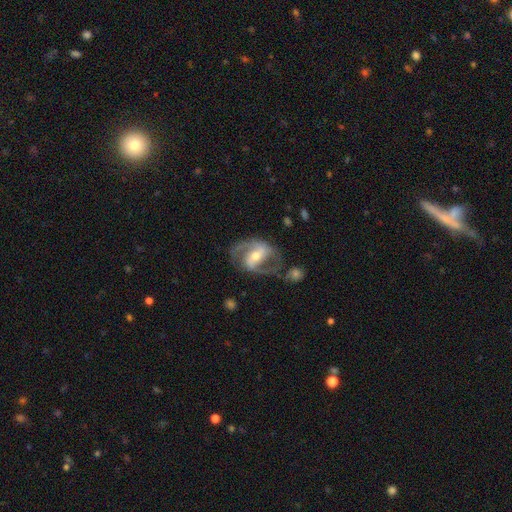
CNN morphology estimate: This is clearly a featured or disk galaxy (89%). It is clearly not viewed edge-on (97%). Bar: possibly strong (45%). Spiral arm pattern: clearly yes (96%). Spiral arm count: clearly 2 (90%). Spiral winding: possibly medium (56%). Central bulge: likely moderate (61%). Merging: likely none (69%).